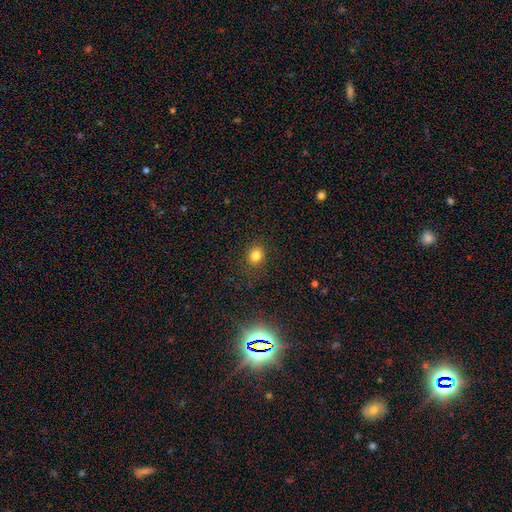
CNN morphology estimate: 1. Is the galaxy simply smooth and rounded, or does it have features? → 80% smooth, 14% star or artifact, 6% featured or disk.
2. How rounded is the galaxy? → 71% round, 28% in between, 1% cigar-shaped.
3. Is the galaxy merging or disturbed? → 87% none, 9% minor disturbance, 3% major disturbance, 1% merger.